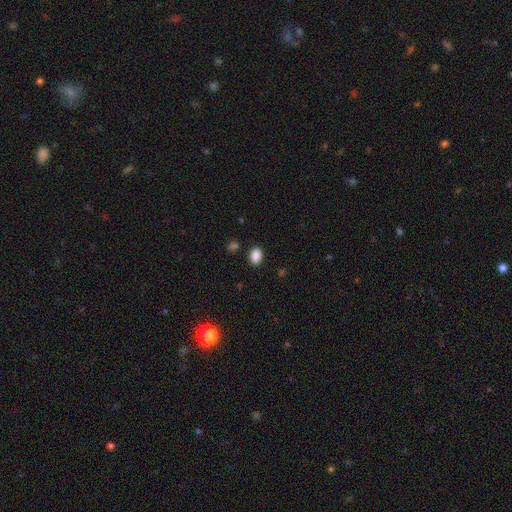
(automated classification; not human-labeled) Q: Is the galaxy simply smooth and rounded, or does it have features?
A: smooth — 88%.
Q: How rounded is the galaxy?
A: in between — 81%.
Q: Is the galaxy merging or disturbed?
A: none — 86%.